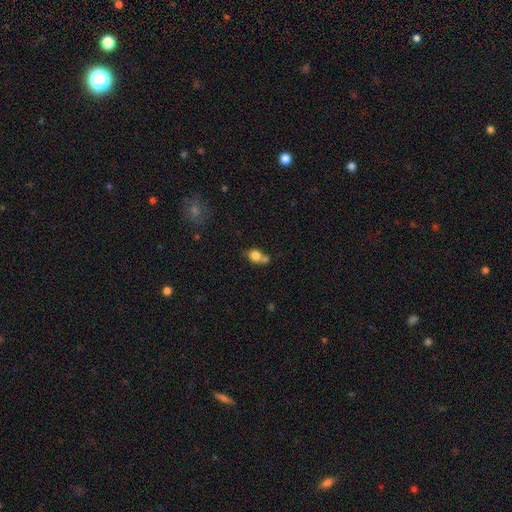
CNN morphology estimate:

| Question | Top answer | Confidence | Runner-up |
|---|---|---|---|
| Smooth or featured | smooth | 78% | featured or disk (12%) |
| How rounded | round | 55% | in between (43%) |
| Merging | merger | 43% | none (37%) |